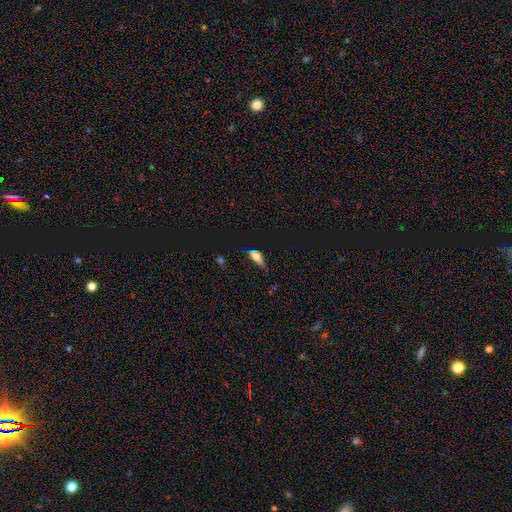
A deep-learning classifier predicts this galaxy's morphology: Smooth or featured? smooth (72%)
How rounded? in between (74%)
Merging? minor disturbance (37%, tied with none)